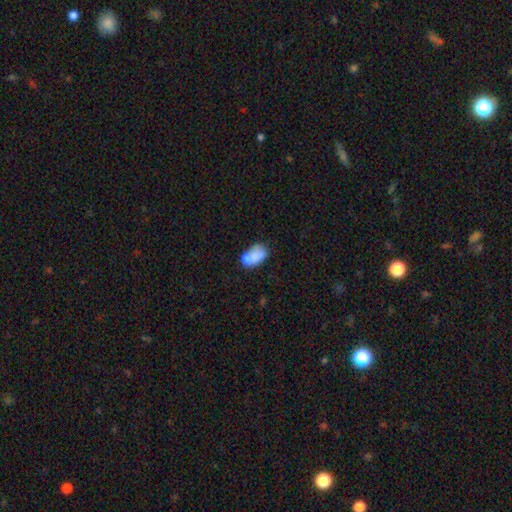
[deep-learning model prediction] smooth_or_featured: smooth (p=0.72) [alt: featured or disk p=0.19]
how_rounded: in between (p=0.89) [alt: round p=0.09]
merging: none (p=0.40) [alt: merger p=0.30]